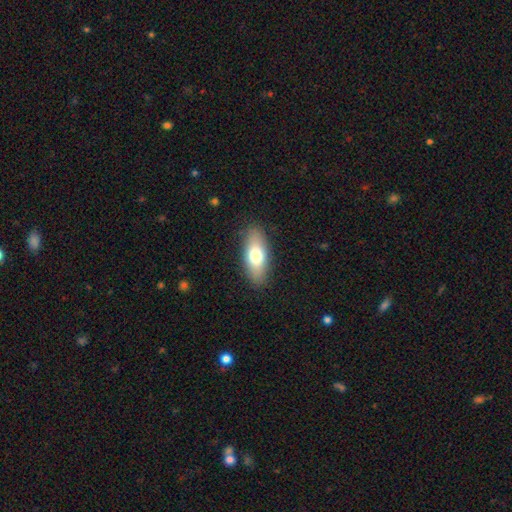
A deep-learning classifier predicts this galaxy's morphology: Smooth or featured? smooth (71%)
How rounded? in between (76%)
Merging? none (87%)